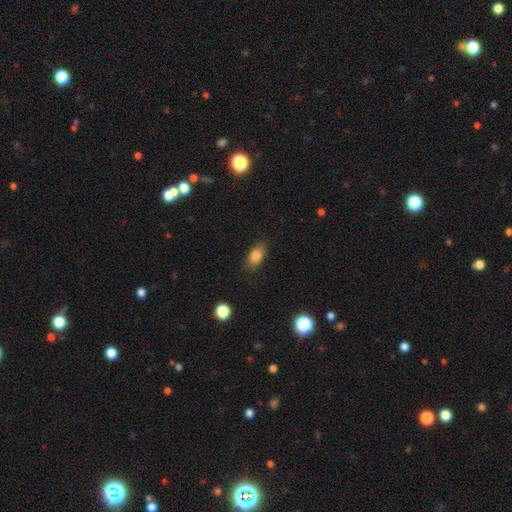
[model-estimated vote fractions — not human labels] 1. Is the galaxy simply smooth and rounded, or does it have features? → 83% smooth, 9% star or artifact, 8% featured or disk.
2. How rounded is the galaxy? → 86% in between, 9% round, 5% cigar-shaped.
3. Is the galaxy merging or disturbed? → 84% none, 12% minor disturbance, 3% major disturbance, 1% merger.